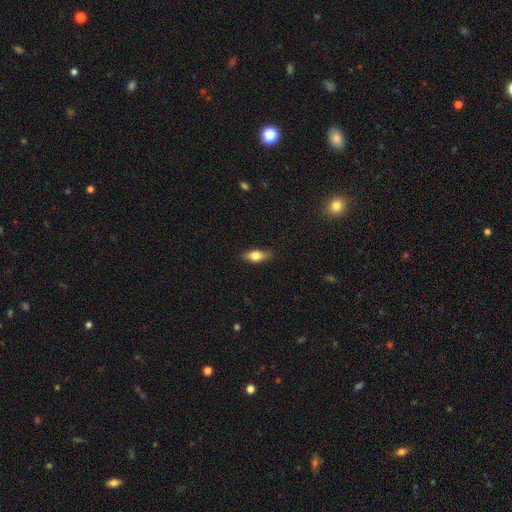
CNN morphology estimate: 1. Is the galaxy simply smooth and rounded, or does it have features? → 68% smooth, 25% featured or disk, 7% star or artifact.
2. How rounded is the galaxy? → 73% in between, 22% cigar-shaped, 5% round.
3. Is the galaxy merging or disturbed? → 84% none, 12% minor disturbance, 3% major disturbance, 1% merger.